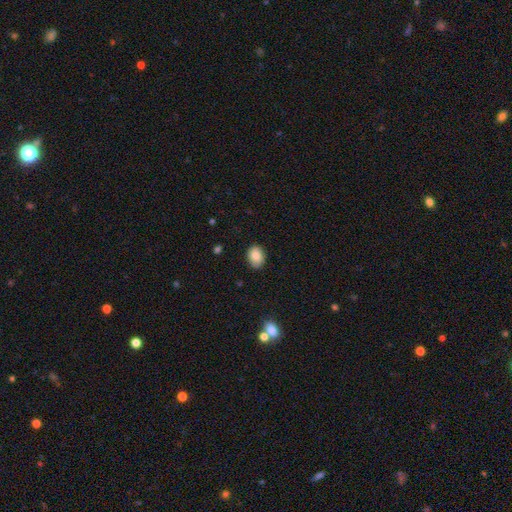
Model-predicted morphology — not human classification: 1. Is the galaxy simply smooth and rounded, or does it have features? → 85% smooth, 8% star or artifact, 7% featured or disk.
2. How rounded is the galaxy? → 66% in between, 33% round, 1% cigar-shaped.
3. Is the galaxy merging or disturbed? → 81% none, 15% minor disturbance, 3% major disturbance, 1% merger.